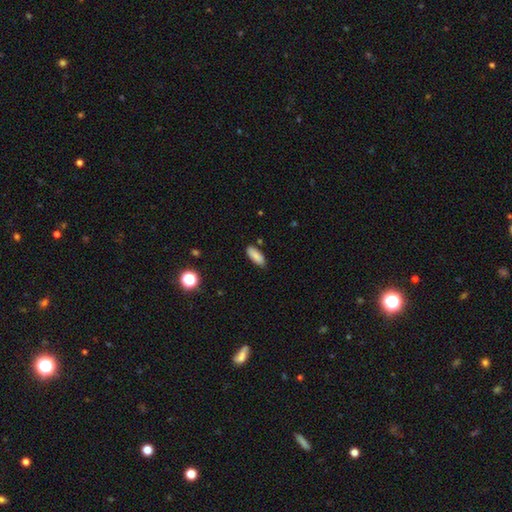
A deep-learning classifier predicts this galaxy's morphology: This appears to be a smooth galaxy with no disk features (86%) that is in between round and cigar-shaped (68%). Merging: none (85%).